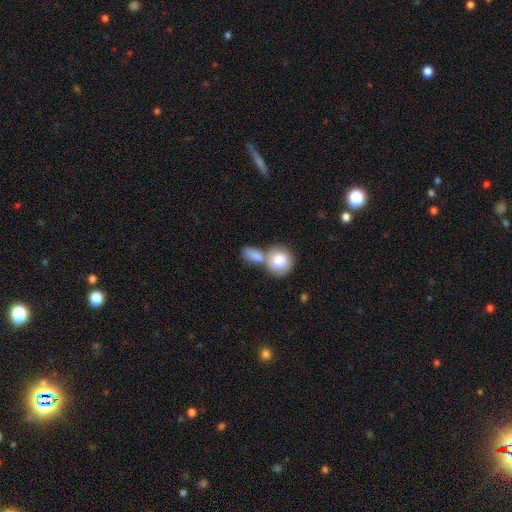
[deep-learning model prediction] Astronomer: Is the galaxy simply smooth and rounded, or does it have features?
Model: smooth — 82%.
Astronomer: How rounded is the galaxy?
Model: in between — 56% (runner-up: round, 40%).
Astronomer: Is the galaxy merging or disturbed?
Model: merger — 57%.